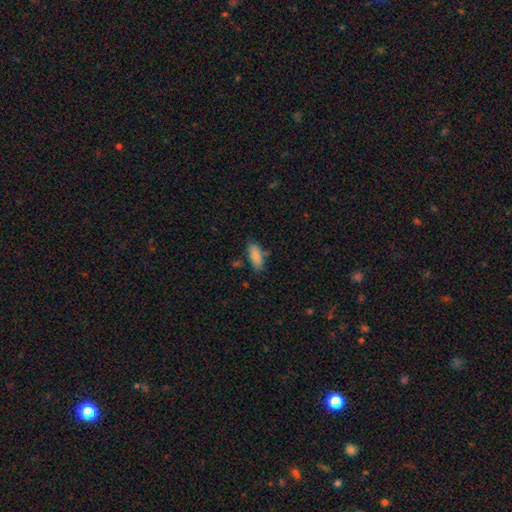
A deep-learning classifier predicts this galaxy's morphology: Smooth or featured? Predicted: smooth (p=0.86). How rounded? Predicted: in between (p=0.72). Merging? Predicted: none (p=0.71).